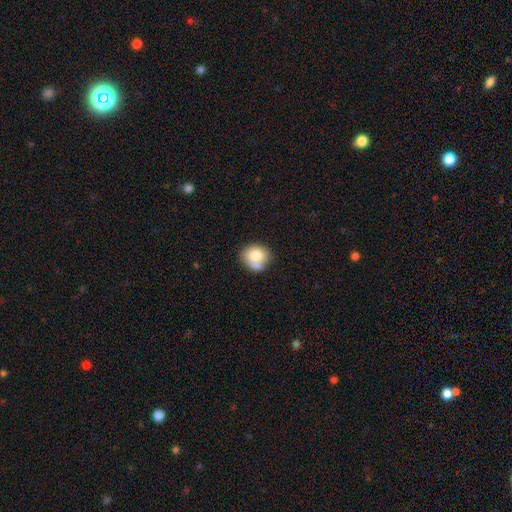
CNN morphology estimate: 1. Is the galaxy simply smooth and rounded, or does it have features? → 77% smooth, 15% featured or disk, 8% star or artifact.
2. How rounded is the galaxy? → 72% round, 27% in between, 1% cigar-shaped.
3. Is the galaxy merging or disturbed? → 50% none, 25% merger, 19% minor disturbance, 6% major disturbance.